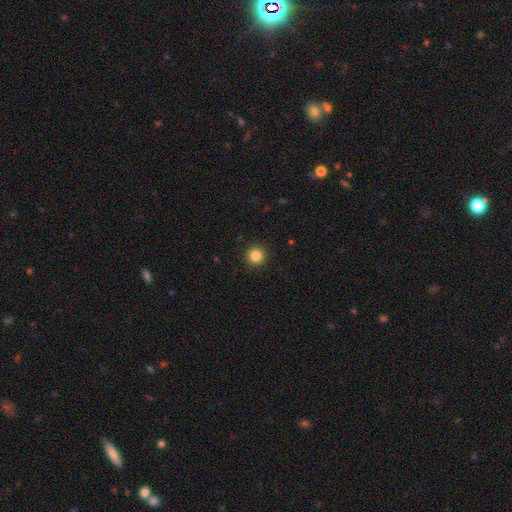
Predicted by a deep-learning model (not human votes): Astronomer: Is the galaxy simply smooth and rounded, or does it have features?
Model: smooth — 85%.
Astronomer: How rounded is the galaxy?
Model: round — 96%.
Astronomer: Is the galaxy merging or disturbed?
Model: none — 93%.